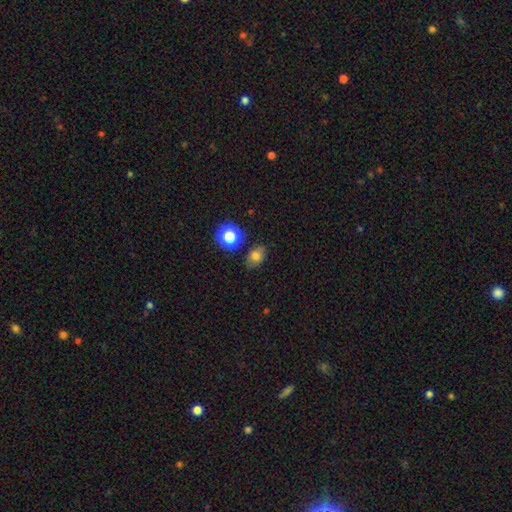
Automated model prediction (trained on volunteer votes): Overall: smooth (73%). How rounded: in between (70%). Merging: none (79%).